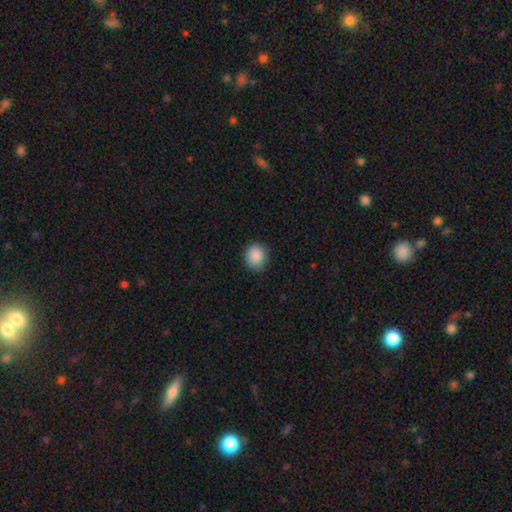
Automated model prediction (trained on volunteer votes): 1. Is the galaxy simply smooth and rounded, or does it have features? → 89% smooth, 8% star or artifact, 3% featured or disk.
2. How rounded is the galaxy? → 78% round, 22% in between, 1% cigar-shaped.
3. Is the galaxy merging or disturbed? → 87% none, 10% minor disturbance, 2% major disturbance, 1% merger.